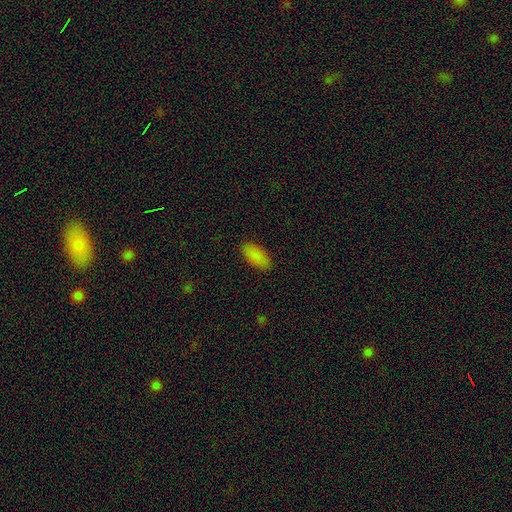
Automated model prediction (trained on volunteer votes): smooth-or-featured: smooth: 88% | star or artifact: 8% | featured or disk: 5%
  how-rounded: in between: 90% | cigar-shaped: 8% | round: 2%
  merging: none: 88% | minor disturbance: 9% | major disturbance: 2% | merger: 1%